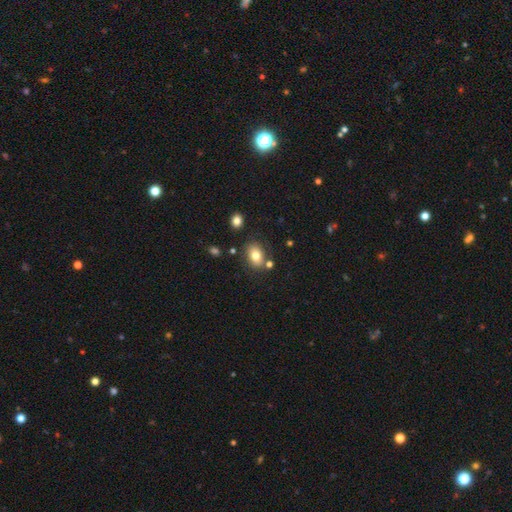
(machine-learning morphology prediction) smooth_or_featured: smooth (p=0.78) [alt: featured or disk p=0.12]
how_rounded: in between (p=0.78) [alt: round p=0.21]
merging: none (p=0.76) [alt: minor disturbance p=0.13]